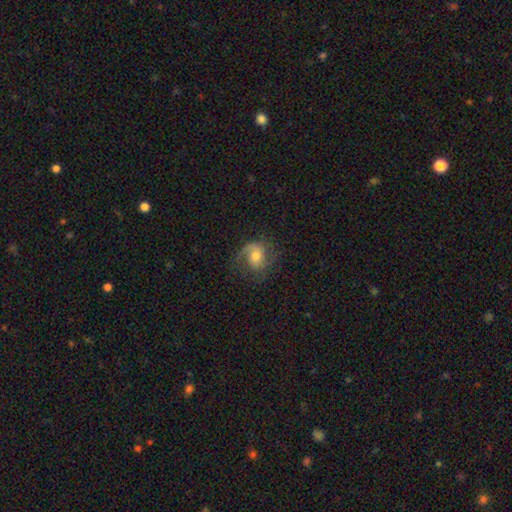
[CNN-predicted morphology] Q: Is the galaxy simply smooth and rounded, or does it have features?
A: featured or disk — 69%.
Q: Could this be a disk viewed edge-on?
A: no — 97%.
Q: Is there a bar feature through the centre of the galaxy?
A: no — 54%.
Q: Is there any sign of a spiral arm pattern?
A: yes — 92%.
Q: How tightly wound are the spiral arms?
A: medium — 46%.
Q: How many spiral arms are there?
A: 2 — 64%.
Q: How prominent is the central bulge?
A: moderate — 60%.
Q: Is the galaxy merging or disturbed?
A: none — 63%.